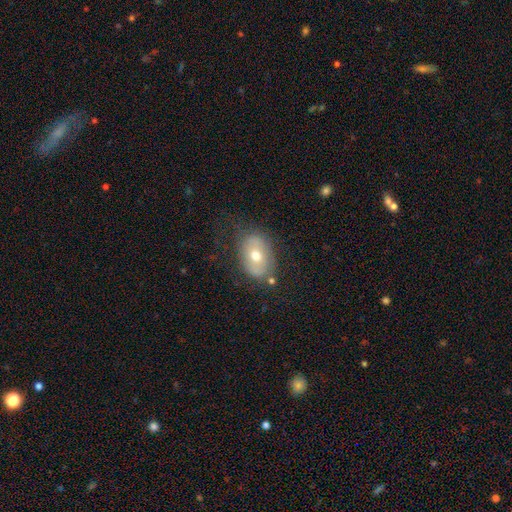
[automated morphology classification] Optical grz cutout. It shows a smooth galaxy with no disk features (55%) that is in between round and cigar-shaped (78%). Merging: none (68%).